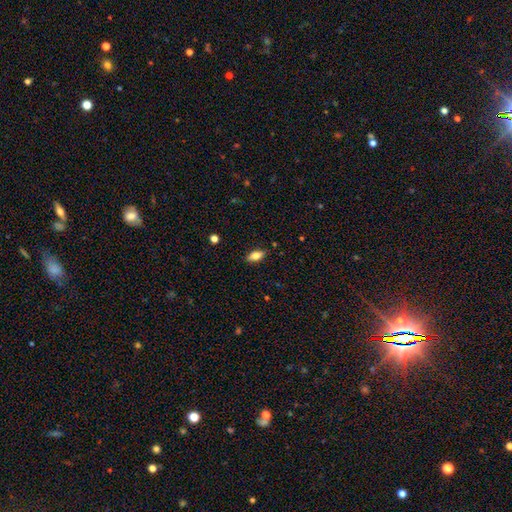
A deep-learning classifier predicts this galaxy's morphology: smooth-or-featured: smooth: 78% | featured or disk: 14% | star or artifact: 8%
  how-rounded: in between: 87% | cigar-shaped: 10% | round: 4%
  merging: none: 87% | minor disturbance: 10% | major disturbance: 2% | merger: 1%